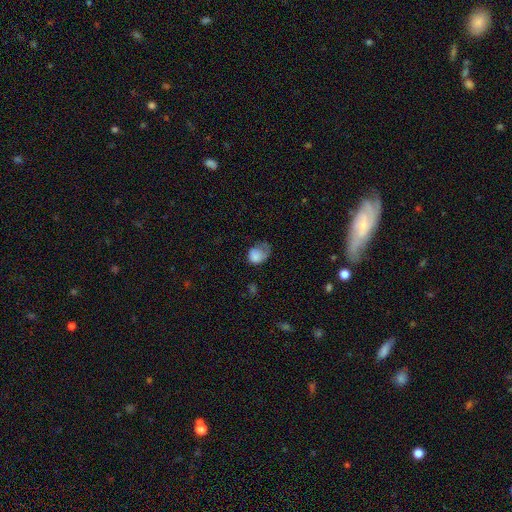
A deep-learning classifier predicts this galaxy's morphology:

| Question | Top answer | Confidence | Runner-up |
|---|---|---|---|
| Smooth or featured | smooth | 76% | featured or disk (16%) |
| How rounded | in between | 56% | round (43%) |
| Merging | major disturbance | 41% | minor disturbance (31%) |